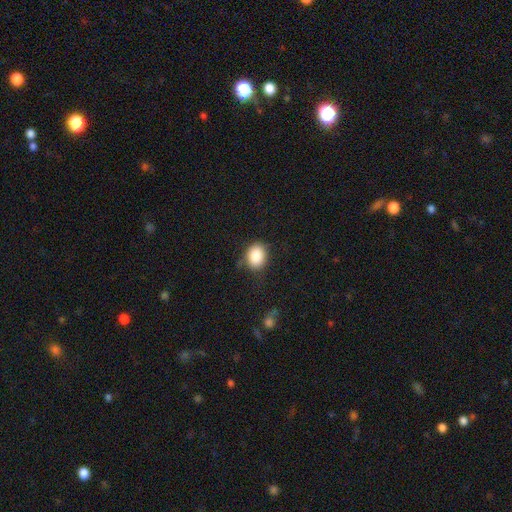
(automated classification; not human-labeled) This appears to be a smooth galaxy with no disk features (86%) that is round (51%). Merging: none (72%).